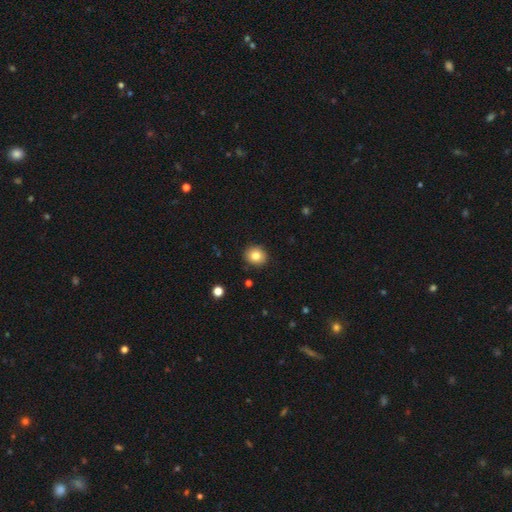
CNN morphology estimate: Smooth or featured?
  - smooth: 82% *
  - star or artifact: 10%
  - featured or disk: 8%
How rounded?
  - round: 81% *
  - in between: 18%
  - cigar-shaped: 1%
Merging?
  - none: 91% *
  - minor disturbance: 7%
  - major disturbance: 2%
  - merger: 1%